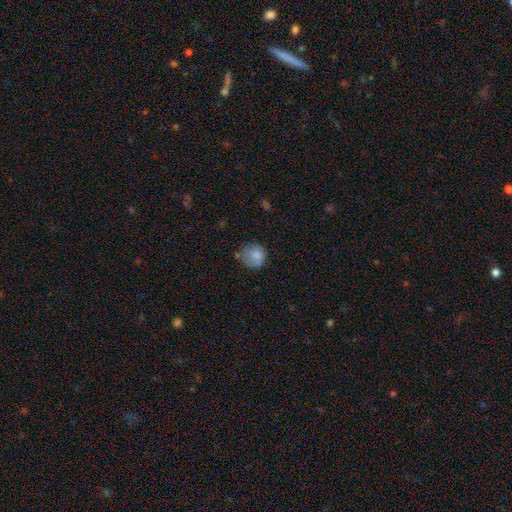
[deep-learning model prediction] A smooth galaxy with no disk features (78%) that is round (83%). Merging: none (54%).